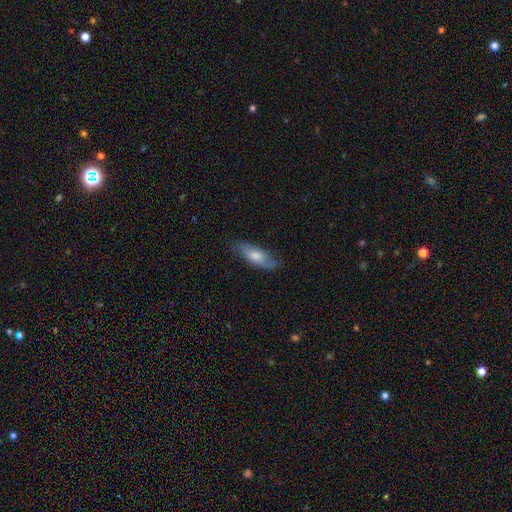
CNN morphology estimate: type=smooth (57%); roundness=in between (64%); merging=none (72%).